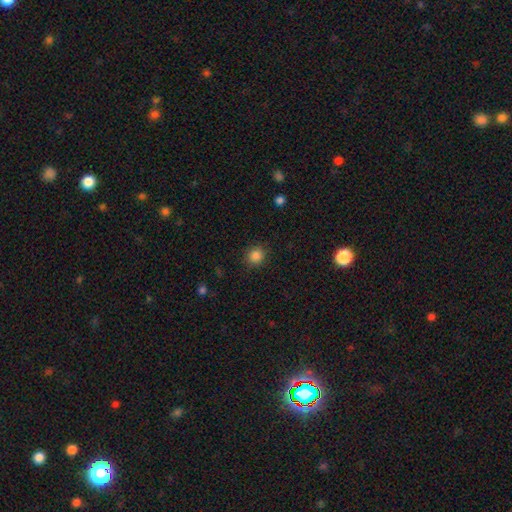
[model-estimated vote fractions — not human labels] The model was most divided on "how rounded": round: 86%, in between: 13%, cigar-shaped: 1%. More confident: merging — none (89%); smooth or featured — smooth (85%).